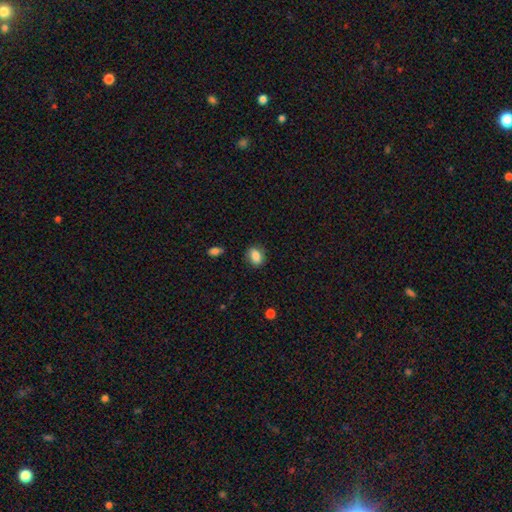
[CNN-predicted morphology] A smooth galaxy with no disk features (84%) that is in between round and cigar-shaped (70%).

Vote fractions:
- Smooth or featured? smooth: 84% / star or artifact: 9% / featured or disk: 7%
- How rounded? in between: 70% / round: 28% / cigar-shaped: 2%
- Merging? none: 83% / minor disturbance: 13% / major disturbance: 3% / merger: 1%